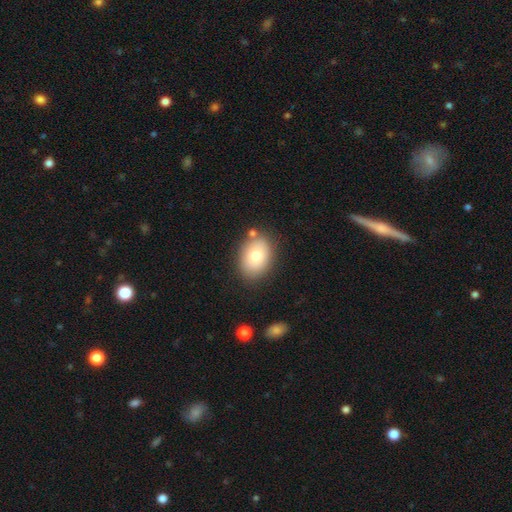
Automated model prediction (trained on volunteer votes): smooth_or_featured: smooth (p=0.77) [alt: featured or disk p=0.15]
how_rounded: in between (p=0.76) [alt: round p=0.23]
merging: none (p=0.77) [alt: minor disturbance p=0.13]